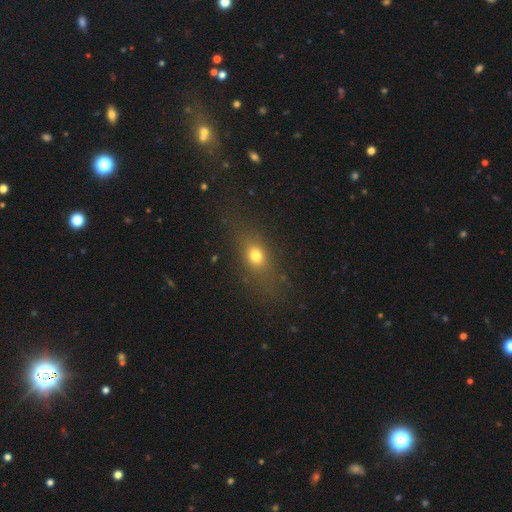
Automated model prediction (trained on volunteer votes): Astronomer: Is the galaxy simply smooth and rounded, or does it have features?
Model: smooth — 70%.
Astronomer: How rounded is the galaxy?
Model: in between — 56%.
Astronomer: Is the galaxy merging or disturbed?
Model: none — 75%.